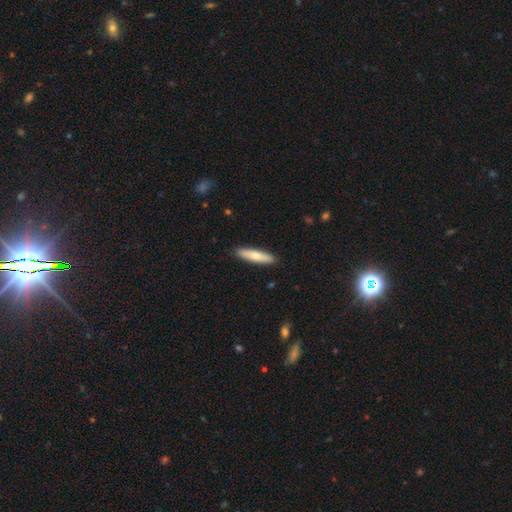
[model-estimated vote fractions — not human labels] A smooth galaxy with no disk features (67%) that is cigar-shaped (76%). Merging: none (90%).